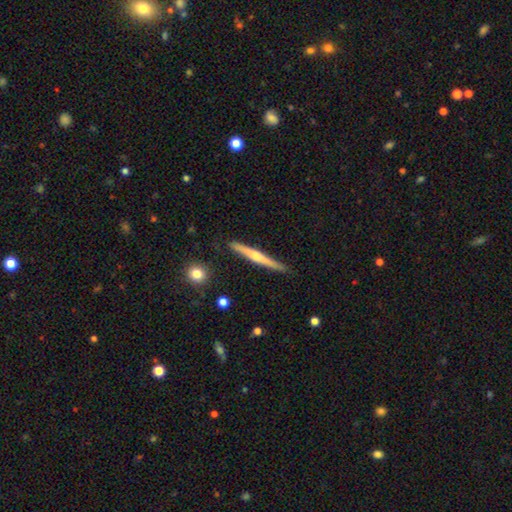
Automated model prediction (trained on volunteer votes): Smooth or featured? Predicted: featured or disk (p=0.58). Edge-on disk? Predicted: yes (p=0.98). Edge-on bulge? Predicted: rounded (p=0.68). Merging? Predicted: none (p=0.87).